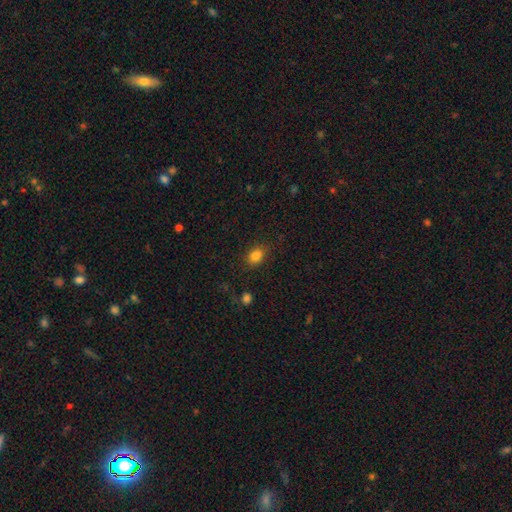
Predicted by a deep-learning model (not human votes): Smooth or featured? smooth (83%)
How rounded? in between (69%)
Merging? none (83%)